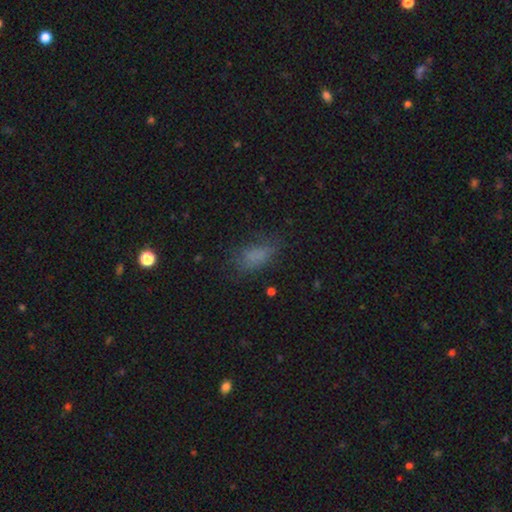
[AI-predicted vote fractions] The model was most divided on "merging": none: 61%, minor disturbance: 23%, major disturbance: 15%, merger: 2%. More confident: how rounded — in between (83%); smooth or featured — smooth (73%).